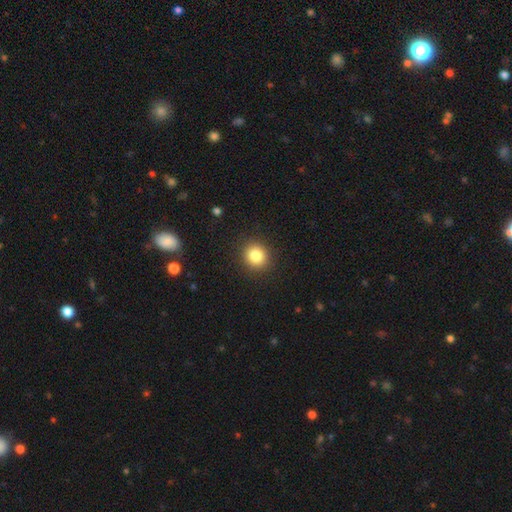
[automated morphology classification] Smooth or featured? smooth (85%)
How rounded? round (86%)
Merging? none (90%)